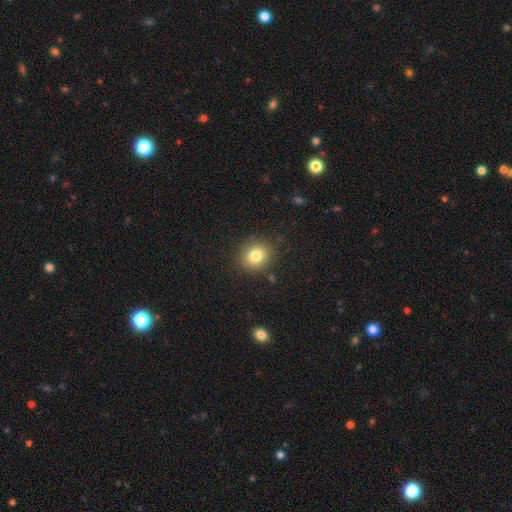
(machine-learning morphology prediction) type=smooth (81%); roundness=round (78%); merging=none (86%).